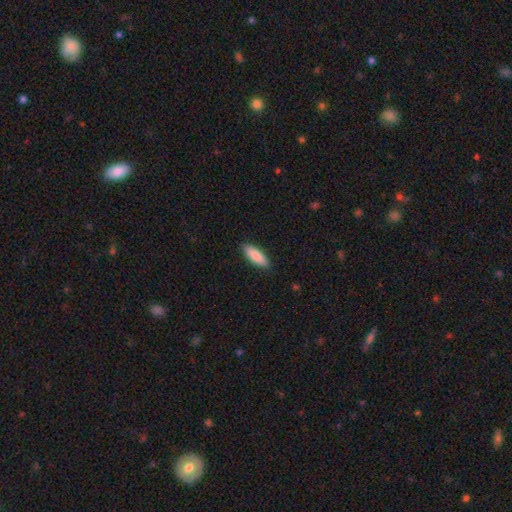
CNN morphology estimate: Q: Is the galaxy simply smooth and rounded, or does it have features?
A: smooth — 88%.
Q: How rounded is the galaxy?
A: in between — 62%.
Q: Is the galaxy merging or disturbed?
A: none — 89%.